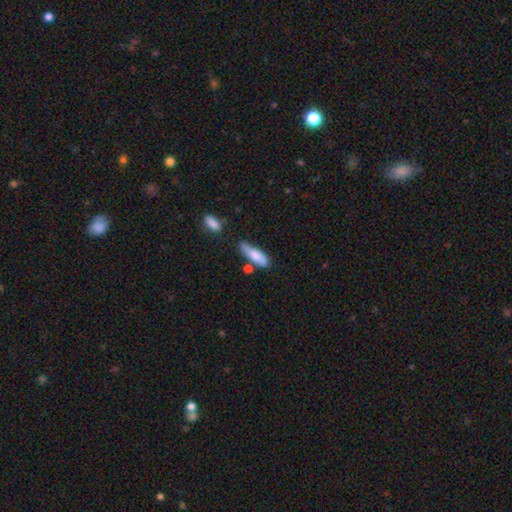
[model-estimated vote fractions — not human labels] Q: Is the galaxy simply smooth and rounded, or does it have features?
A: smooth — 78%.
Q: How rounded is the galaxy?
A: in between — 51%.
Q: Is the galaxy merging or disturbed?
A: none — 49%.